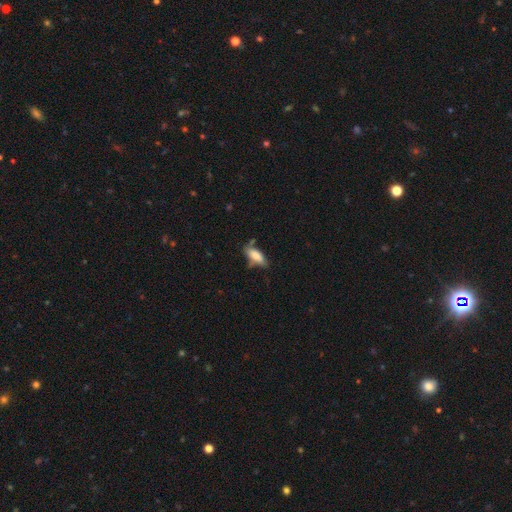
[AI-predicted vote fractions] Smooth or featured? Predicted: smooth (p=0.78). How rounded? Predicted: in between (p=0.73). Merging? Predicted: none (p=0.52).